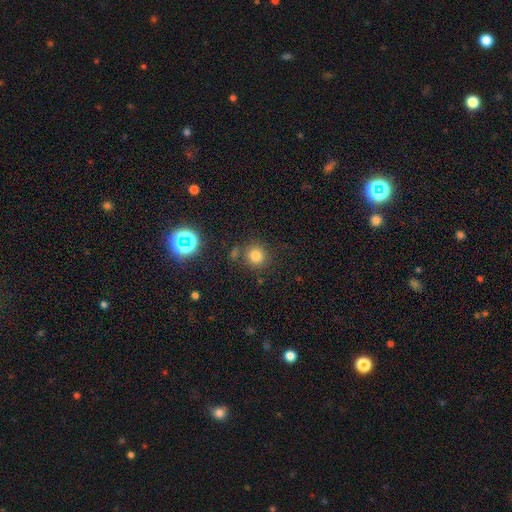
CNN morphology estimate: Smooth or featured?
  - smooth: 77% *
  - star or artifact: 17%
  - featured or disk: 7%
How rounded?
  - round: 90% *
  - in between: 9%
  - cigar-shaped: 1%
Merging?
  - none: 78% *
  - minor disturbance: 10%
  - merger: 8%
  - major disturbance: 4%